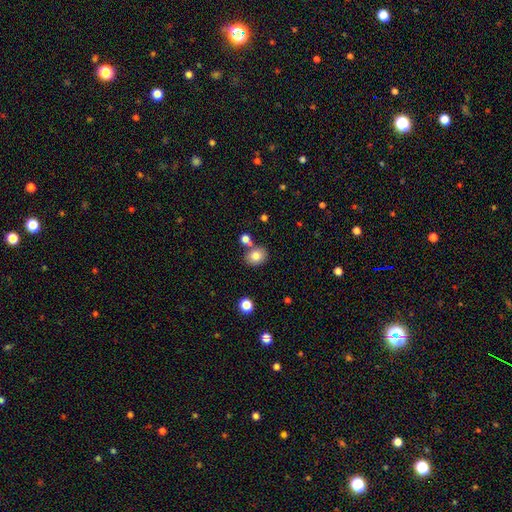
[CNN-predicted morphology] A smooth galaxy with no disk features (81%) that is in between round and cigar-shaped (55%).

Vote fractions:
- Smooth or featured? smooth: 81% / star or artifact: 10% / featured or disk: 9%
- How rounded? in between: 55% / round: 44% / cigar-shaped: 1%
- Merging? none: 67% / merger: 18% / minor disturbance: 12% / major disturbance: 3%